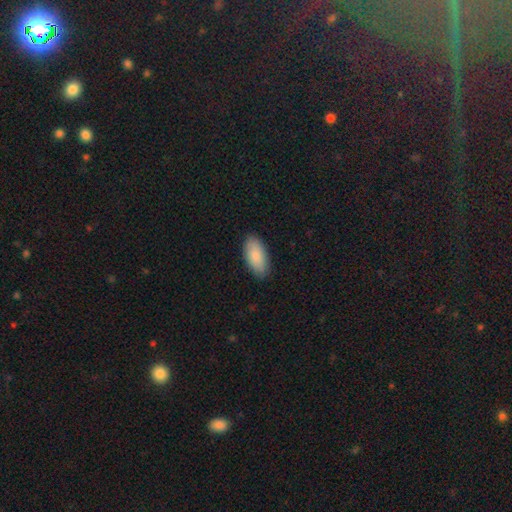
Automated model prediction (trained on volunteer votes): A smooth galaxy with no disk features (88%) that is in between round and cigar-shaped (94%). Merging: none (87%).